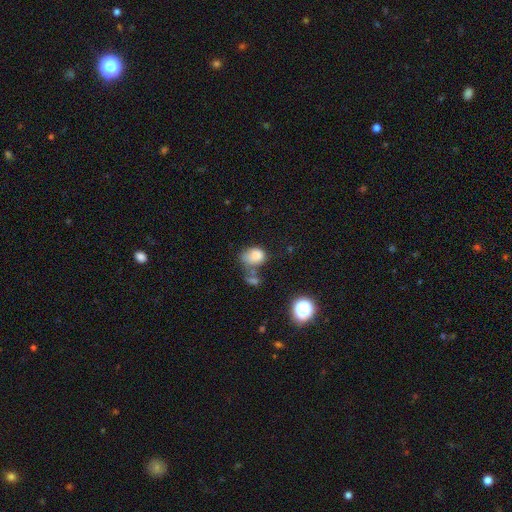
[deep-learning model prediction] Smooth or featured: smooth — 75% (featured or disk — 13%)
How rounded: in between — 66% (round — 32%)
Merging: merger — 27% (tied with none — 27%)